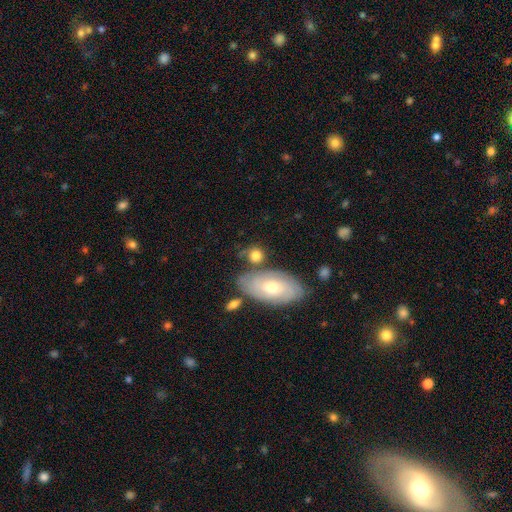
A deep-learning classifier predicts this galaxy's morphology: Overall: smooth (69%). How rounded: round (55%; in between 42%). Merging: none (58%).